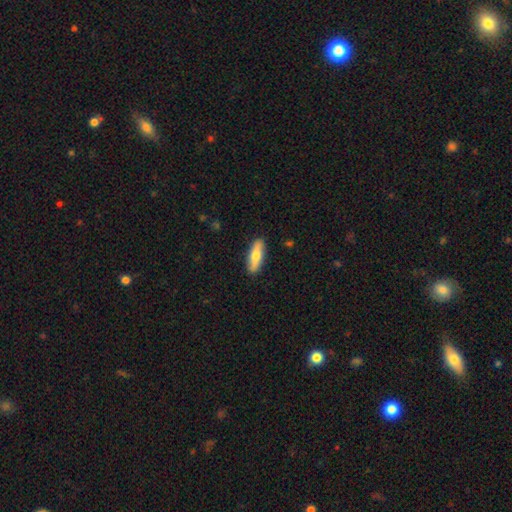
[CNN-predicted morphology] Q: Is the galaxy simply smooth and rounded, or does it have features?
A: smooth — 67%.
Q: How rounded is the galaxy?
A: cigar-shaped — 50%.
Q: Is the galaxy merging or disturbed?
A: none — 89%.